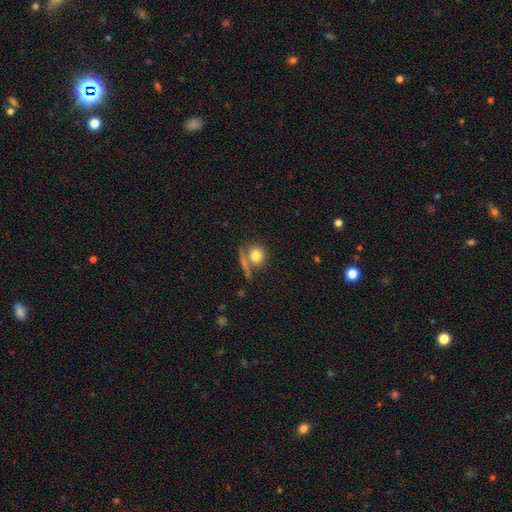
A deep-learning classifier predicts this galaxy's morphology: Smooth or featured? Predicted: smooth (p=0.79). How rounded? Predicted: round (p=0.84). Merging? Predicted: none (p=0.62).